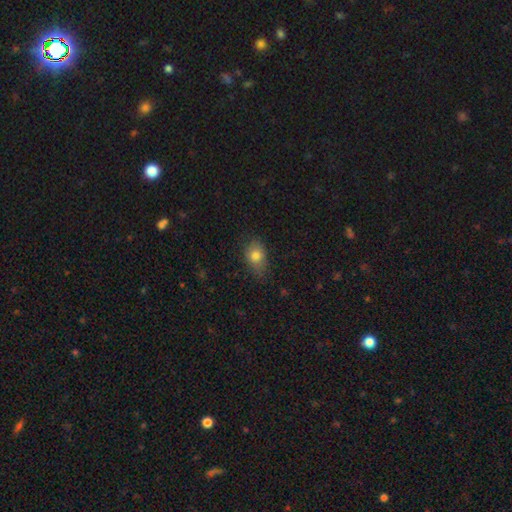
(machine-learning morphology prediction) This is likely a smooth galaxy (79%). How rounded: likely in between (74%). Merging: likely none (67%).